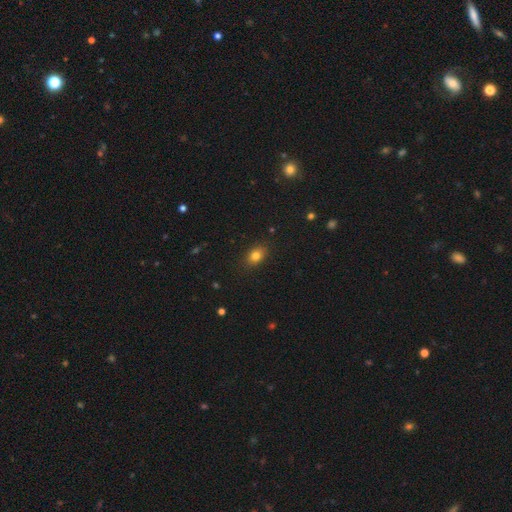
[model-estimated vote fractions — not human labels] A smooth galaxy with no disk features (81%) that is in between round and cigar-shaped (73%). Merging: none (87%).